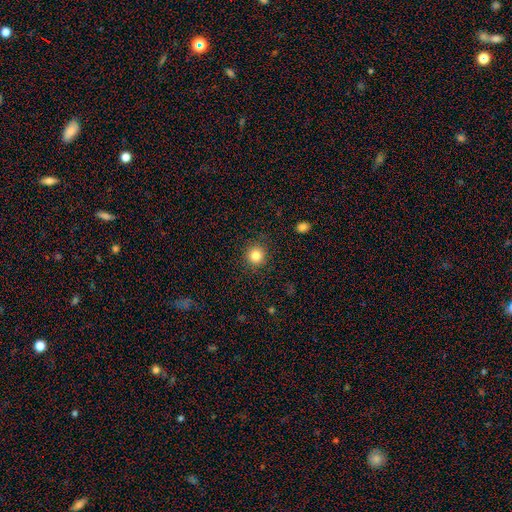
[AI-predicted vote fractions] This is clearly a smooth galaxy (83%). How rounded: clearly round (93%). Merging: clearly none (89%).